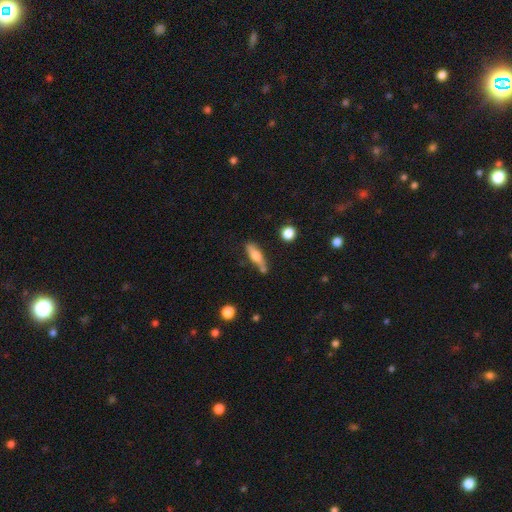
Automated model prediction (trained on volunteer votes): smooth 53%, featured or disk 40%, star or artifact 7%. Down the decision tree: how rounded — cigar-shaped (65%); merging — none (63%).